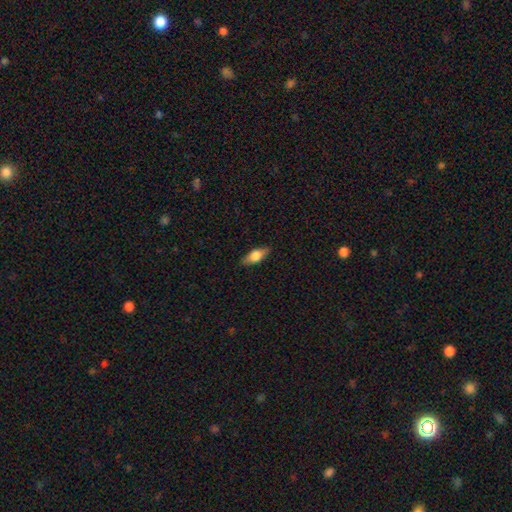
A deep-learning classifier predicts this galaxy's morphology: smooth-or-featured: smooth: 60% | featured or disk: 33% | star or artifact: 7%
  how-rounded: in between: 71% | cigar-shaped: 25% | round: 4%
  merging: none: 86% | minor disturbance: 11% | major disturbance: 2% | merger: 1%